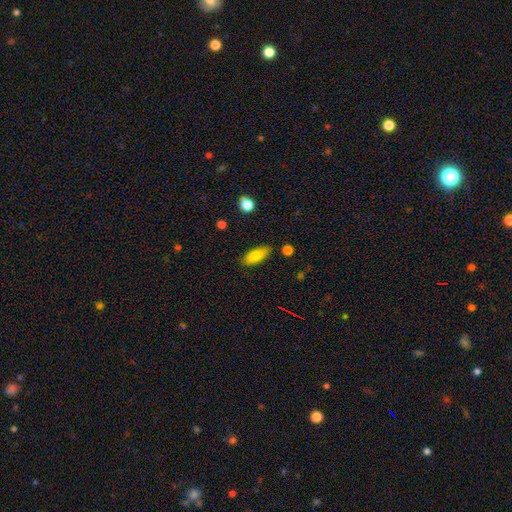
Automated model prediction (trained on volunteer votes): This is clearly a smooth galaxy (84%). How rounded: likely in between (76%). Merging: clearly none (84%).